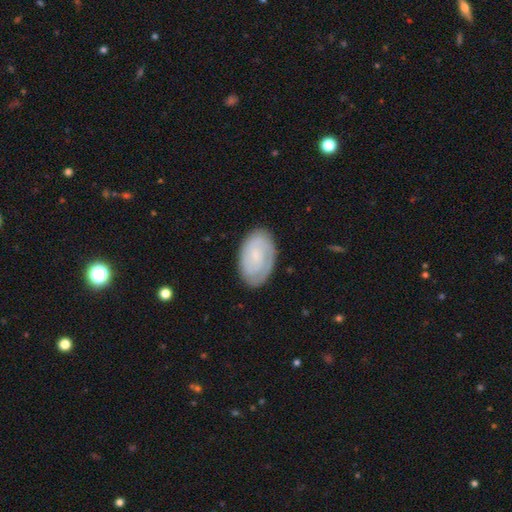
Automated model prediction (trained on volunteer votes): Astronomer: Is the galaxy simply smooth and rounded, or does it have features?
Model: featured or disk — 54% (runner-up: smooth, 40%).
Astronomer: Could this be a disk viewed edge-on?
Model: no — 96%.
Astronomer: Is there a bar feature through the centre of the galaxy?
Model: no — 67%.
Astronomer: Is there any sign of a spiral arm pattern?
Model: yes — 84%.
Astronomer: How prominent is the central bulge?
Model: small — 68%.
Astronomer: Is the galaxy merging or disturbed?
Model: none — 78%.